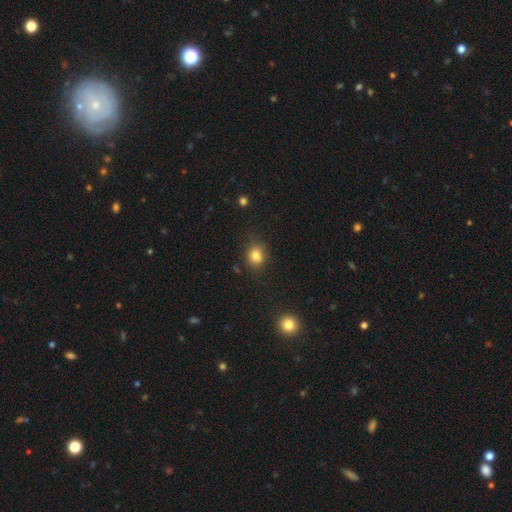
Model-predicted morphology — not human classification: Smooth or featured?
  - smooth: 82% *
  - star or artifact: 12%
  - featured or disk: 6%
How rounded?
  - round: 74% *
  - in between: 25%
  - cigar-shaped: 1%
Merging?
  - none: 82% *
  - minor disturbance: 13%
  - major disturbance: 4%
  - merger: 2%